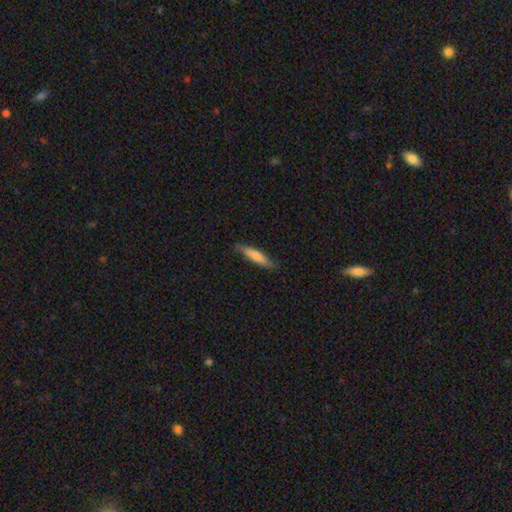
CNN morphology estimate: A smooth galaxy with no disk features (73%) that is cigar-shaped (83%).

Vote fractions:
- Smooth or featured? smooth: 73% / featured or disk: 21% / star or artifact: 5%
- How rounded? cigar-shaped: 83% / in between: 16% / round: 1%
- Merging? none: 82% / minor disturbance: 15% / major disturbance: 2% / merger: 1%